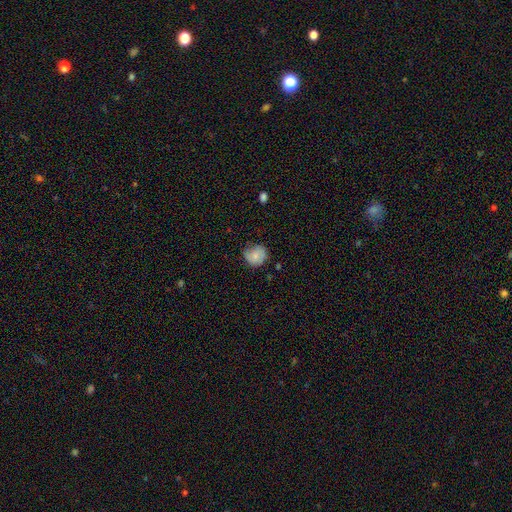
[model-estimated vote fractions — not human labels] Smooth or featured? smooth (68%)
How rounded? round (79%)
Merging? none (62%)